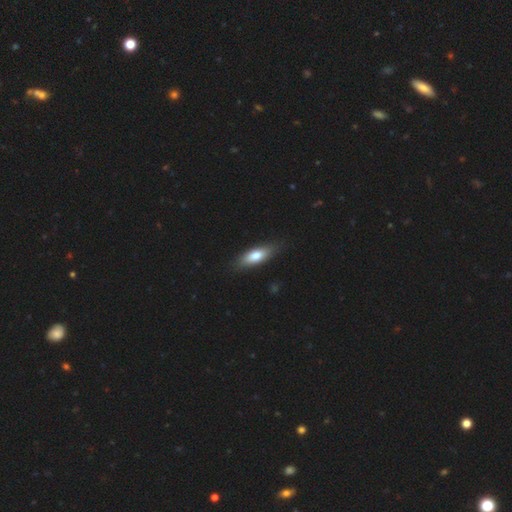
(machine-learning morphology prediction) The model was most divided on "how rounded": in between: 66%, cigar-shaped: 32%, round: 2%. More confident: merging — none (83%); smooth or featured — smooth (75%).